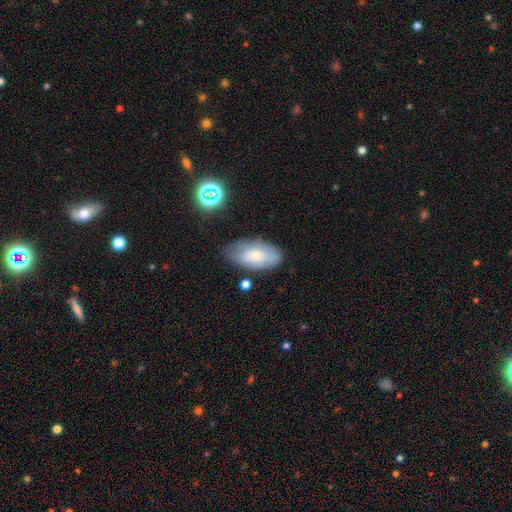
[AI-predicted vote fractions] Smooth or featured? smooth (68%)
How rounded? in between (94%)
Merging? none (66%)